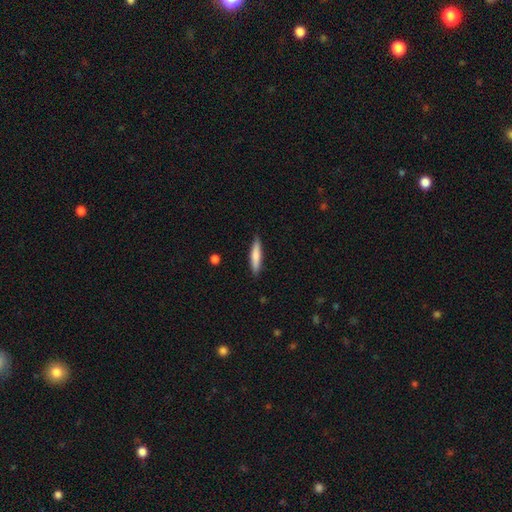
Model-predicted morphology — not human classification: Smooth or featured? Predicted: smooth (p=0.75). How rounded? Predicted: cigar-shaped (p=0.86). Merging? Predicted: none (p=0.87).